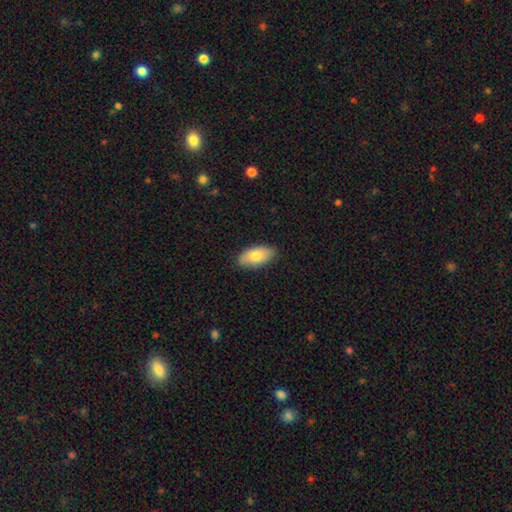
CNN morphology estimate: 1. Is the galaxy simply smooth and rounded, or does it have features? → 79% smooth, 15% featured or disk, 6% star or artifact.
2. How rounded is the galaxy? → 93% in between, 4% cigar-shaped, 3% round.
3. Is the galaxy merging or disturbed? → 87% none, 10% minor disturbance, 2% major disturbance, 1% merger.